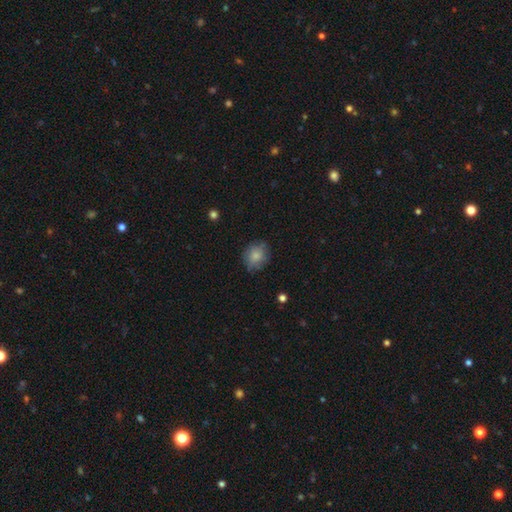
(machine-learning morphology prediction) Smooth or featured?
  - smooth: 79% *
  - featured or disk: 13%
  - star or artifact: 8%
How rounded?
  - round: 71% *
  - in between: 28%
  - cigar-shaped: 1%
Merging?
  - none: 74% *
  - minor disturbance: 19%
  - major disturbance: 5%
  - merger: 1%